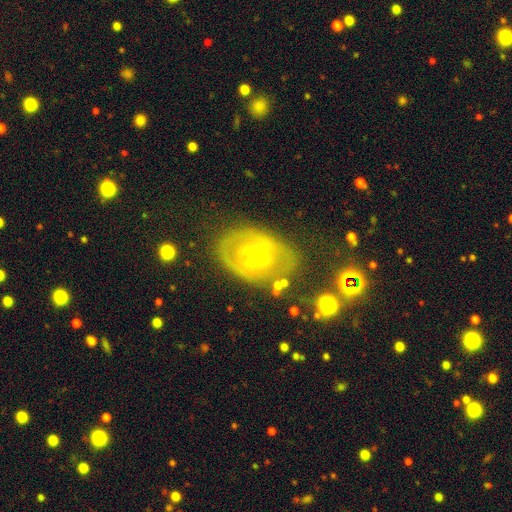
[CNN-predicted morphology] type=featured or disk (67%); edge-on=no (93%); bar=weak (50%); spiral arms=yes (51%); bulge=moderate (54%); merging=none (65%).